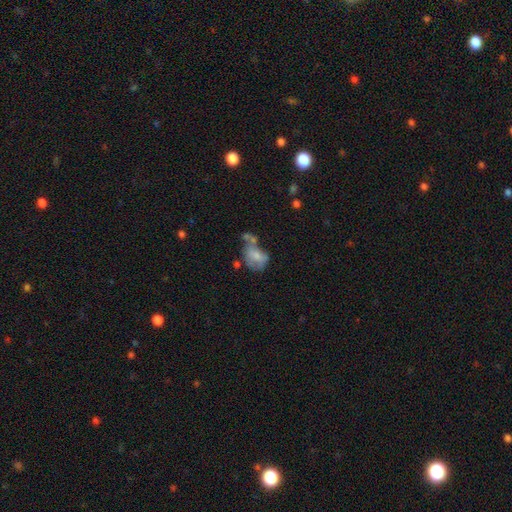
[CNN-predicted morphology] Smooth or featured?
  - smooth: 58% *
  - featured or disk: 31%
  - star or artifact: 10%
How rounded?
  - in between: 69% *
  - round: 30%
  - cigar-shaped: 2%
Merging?
  - merger: 31% *
  - none: 24%
  - major disturbance: 24%
  - minor disturbance: 22%